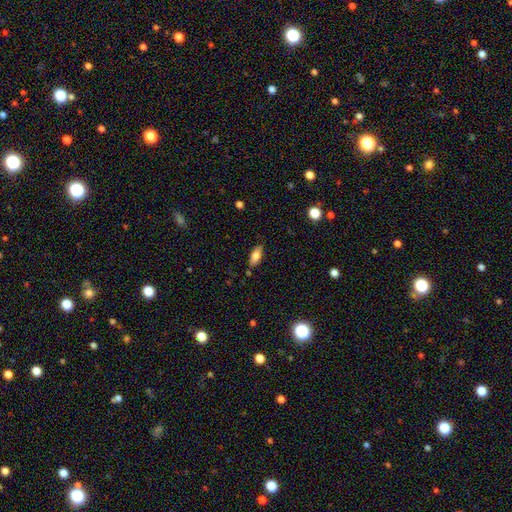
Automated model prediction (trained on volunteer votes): Smooth or featured? smooth (73%)
How rounded? in between (82%)
Merging? none (81%)